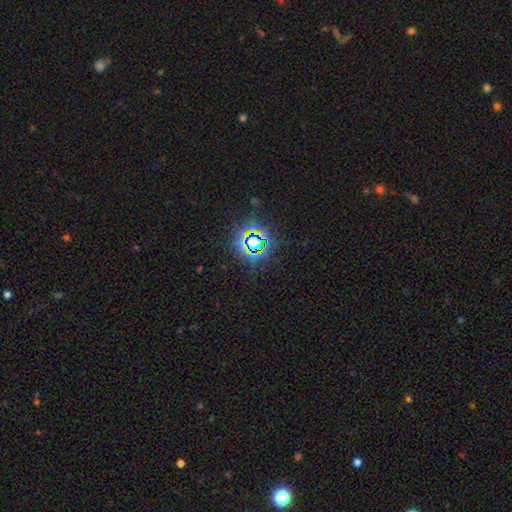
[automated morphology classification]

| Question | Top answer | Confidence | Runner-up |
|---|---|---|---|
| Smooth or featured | star or artifact | 78% | smooth (15%) |